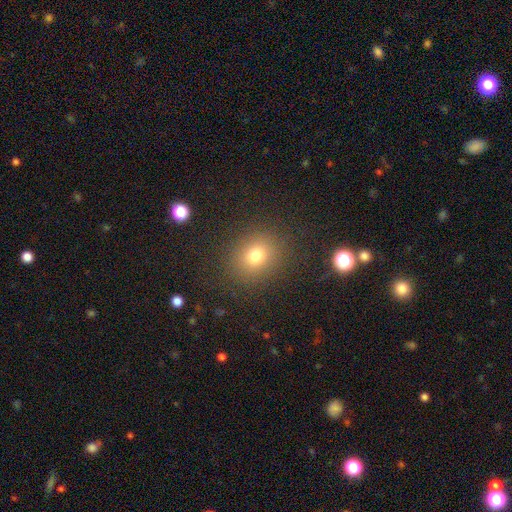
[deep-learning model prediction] Overall: smooth (75%). How rounded: round (68%; in between 31%). Merging: none (86%).